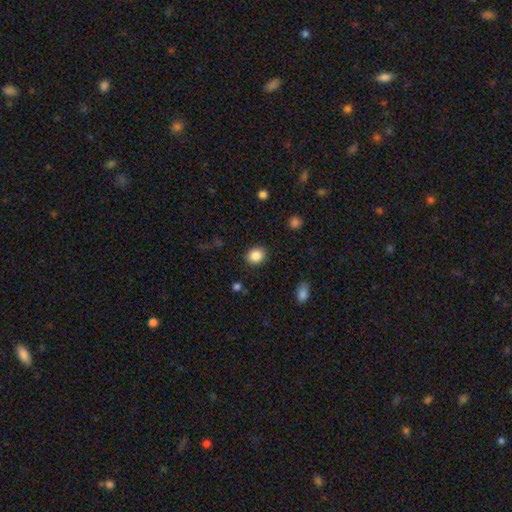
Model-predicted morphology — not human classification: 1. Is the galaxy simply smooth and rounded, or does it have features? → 87% smooth, 9% star or artifact, 4% featured or disk.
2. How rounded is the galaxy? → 64% round, 35% in between, 1% cigar-shaped.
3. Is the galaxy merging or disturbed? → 89% none, 7% minor disturbance, 3% major disturbance, 1% merger.